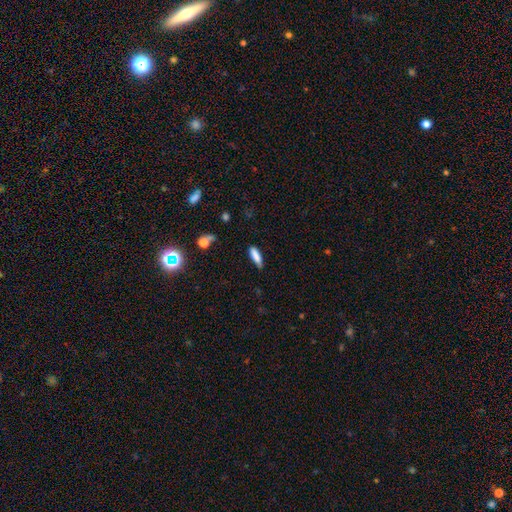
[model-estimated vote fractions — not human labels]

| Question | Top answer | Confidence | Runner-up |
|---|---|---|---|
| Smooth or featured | smooth | 83% | featured or disk (9%) |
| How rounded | cigar-shaped | 58% | in between (40%) |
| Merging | none | 76% | minor disturbance (18%) |